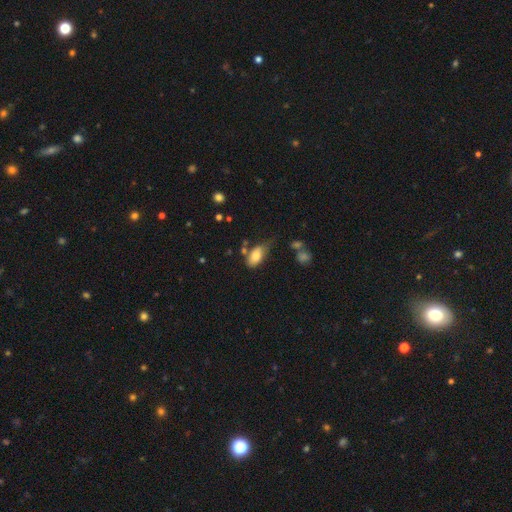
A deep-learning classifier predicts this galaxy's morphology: Q: Smooth or featured?
A: smooth (79%); runner-up: featured or disk (13%)
Q: How rounded?
A: in between (91%); runner-up: cigar-shaped (4%)
Q: Merging?
A: none (47%); runner-up: minor disturbance (31%)